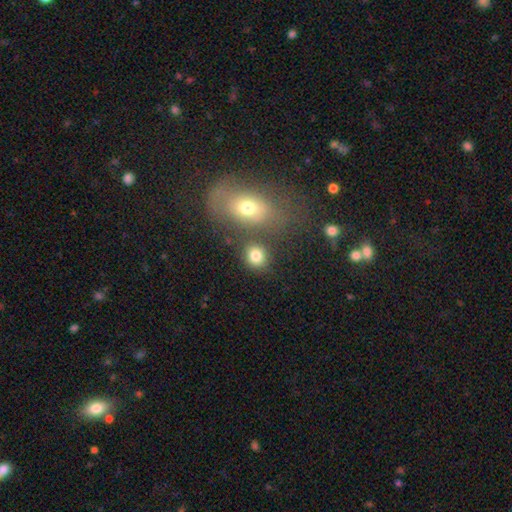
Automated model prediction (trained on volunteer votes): Overall: smooth (80%). How rounded: round (67%; in between 31%). Merging: none (69%).